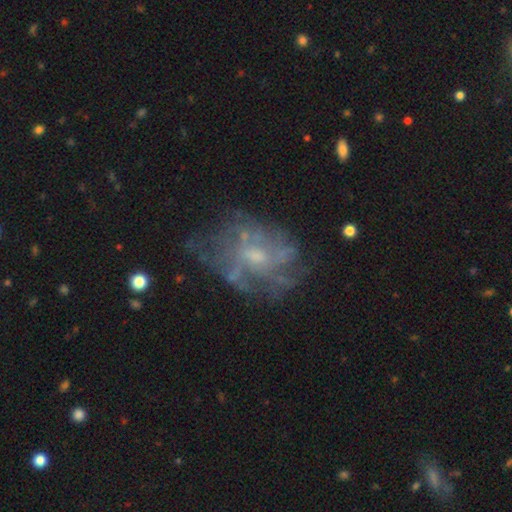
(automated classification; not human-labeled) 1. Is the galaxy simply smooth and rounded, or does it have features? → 73% featured or disk, 16% smooth, 11% star or artifact.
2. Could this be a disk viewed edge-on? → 97% no, 3% yes.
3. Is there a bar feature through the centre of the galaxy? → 66% no, 29% weak, 4% strong.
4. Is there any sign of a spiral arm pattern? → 56% yes, 44% no.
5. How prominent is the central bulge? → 49% small, 37% moderate, 11% none, 2% large, 1% dominant.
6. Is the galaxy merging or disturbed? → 55% none, 21% major disturbance, 21% minor disturbance, 3% merger.